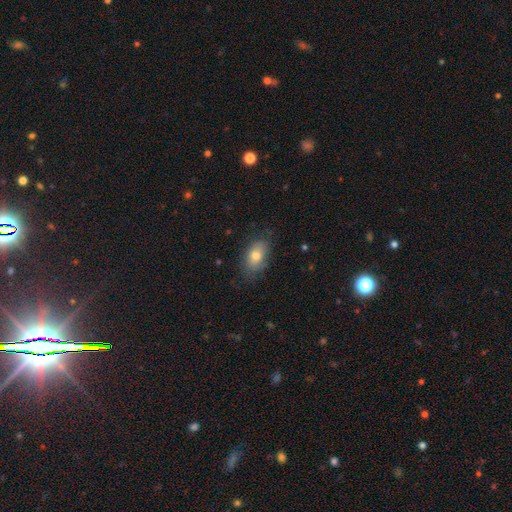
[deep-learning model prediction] This is likely a smooth galaxy (76%). How rounded: clearly in between (89%). Merging: likely none (72%).